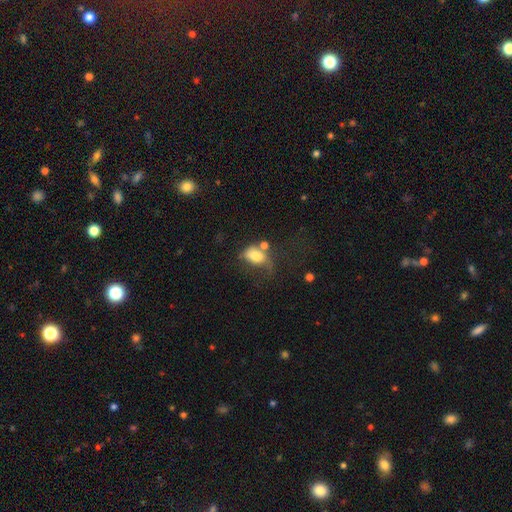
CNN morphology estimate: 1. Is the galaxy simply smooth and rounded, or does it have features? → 70% smooth, 20% featured or disk, 10% star or artifact.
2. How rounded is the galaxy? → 79% in between, 19% round, 2% cigar-shaped.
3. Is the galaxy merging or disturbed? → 31% major disturbance, 25% none, 22% minor disturbance, 22% merger.